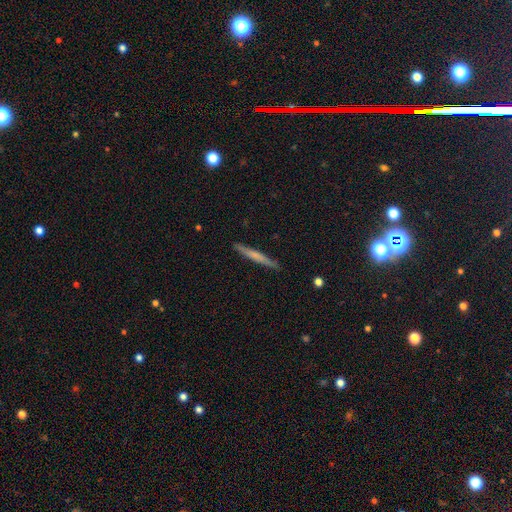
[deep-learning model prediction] smooth 54%, featured or disk 40%, star or artifact 6%. Down the decision tree: how rounded — cigar-shaped (96%); merging — none (90%).